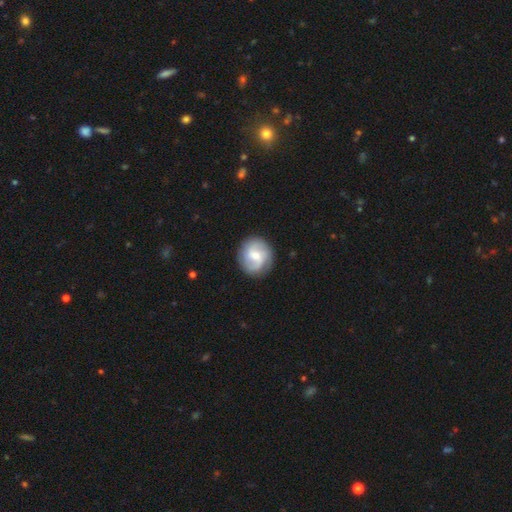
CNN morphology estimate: type=featured or disk (56%); edge-on=no (97%); bar=weak (49%); spiral arms=yes (85%); bulge=moderate (50%); merging=none (84%).